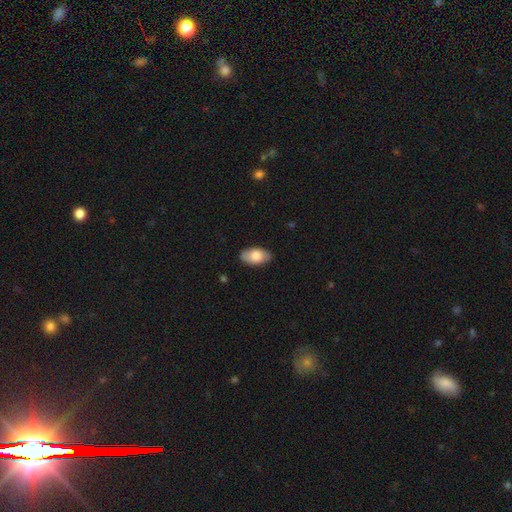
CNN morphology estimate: smooth_or_featured: smooth (p=0.72) [alt: featured or disk p=0.22]
how_rounded: in between (p=0.94) [alt: round p=0.04]
merging: none (p=0.83) [alt: minor disturbance p=0.13]